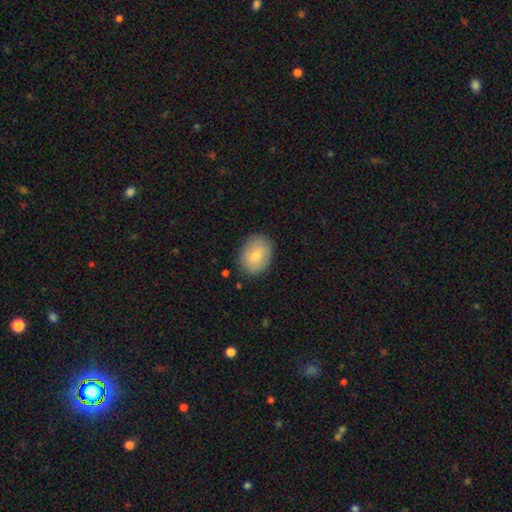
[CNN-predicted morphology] Smooth or featured? smooth (75%)
How rounded? in between (59%)
Merging? none (83%)